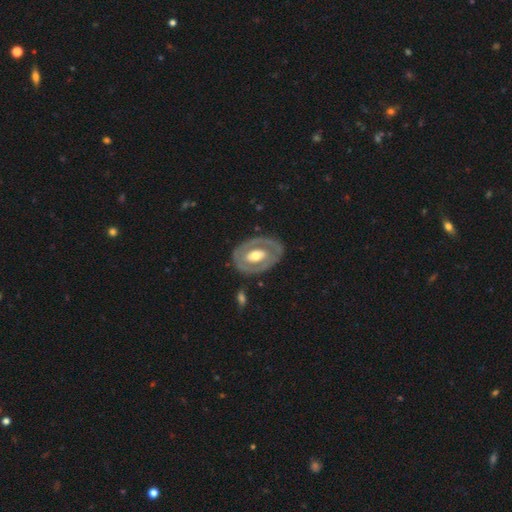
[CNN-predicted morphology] This is likely a featured or disk galaxy (68%). It is clearly not viewed edge-on (93%). Bar: possibly no (60%). Spiral arm pattern: likely no (67%). Central bulge: possibly moderate (60%). Merging: likely none (75%).